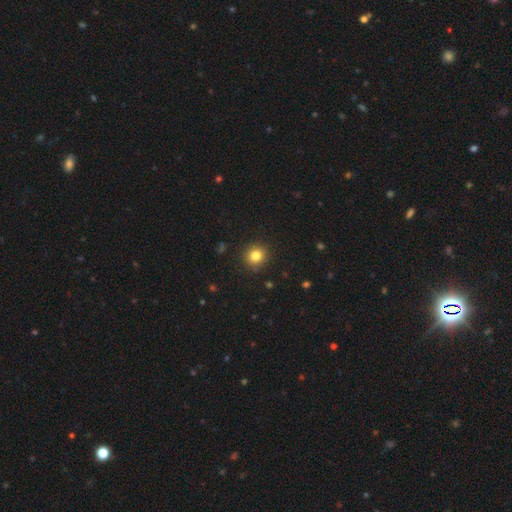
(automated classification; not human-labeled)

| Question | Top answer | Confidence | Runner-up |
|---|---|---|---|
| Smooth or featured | smooth | 82% | star or artifact (12%) |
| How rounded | round | 88% | in between (11%) |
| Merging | none | 91% | minor disturbance (6%) |